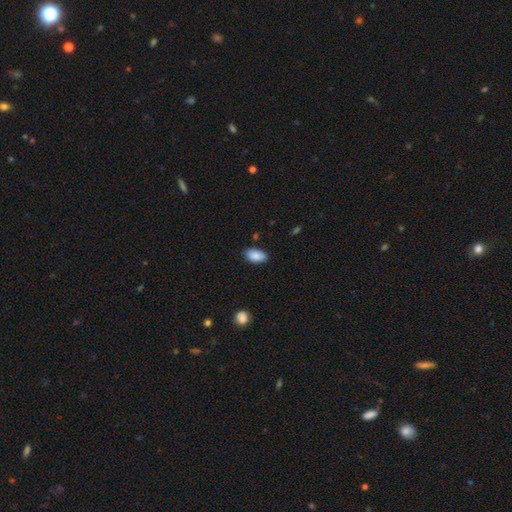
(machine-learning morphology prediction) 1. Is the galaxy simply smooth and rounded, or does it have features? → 89% smooth, 7% star or artifact, 4% featured or disk.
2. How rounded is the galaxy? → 94% in between, 3% round, 2% cigar-shaped.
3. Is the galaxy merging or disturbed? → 84% none, 12% minor disturbance, 2% major disturbance, 1% merger.